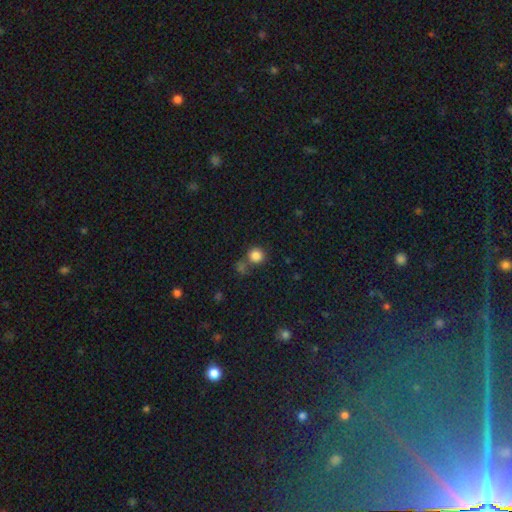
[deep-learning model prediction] smooth-or-featured: smooth: 84% | star or artifact: 11% | featured or disk: 4%
  how-rounded: round: 91% | in between: 8% | cigar-shaped: 1%
  merging: none: 67% | merger: 19% | minor disturbance: 10% | major disturbance: 4%